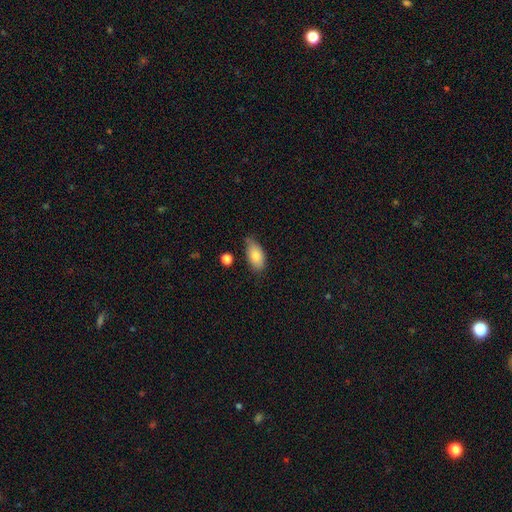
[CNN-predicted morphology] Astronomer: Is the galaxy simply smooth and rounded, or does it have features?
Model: smooth — 82%.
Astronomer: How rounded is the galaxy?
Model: in between — 91%.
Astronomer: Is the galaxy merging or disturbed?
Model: none — 65%.